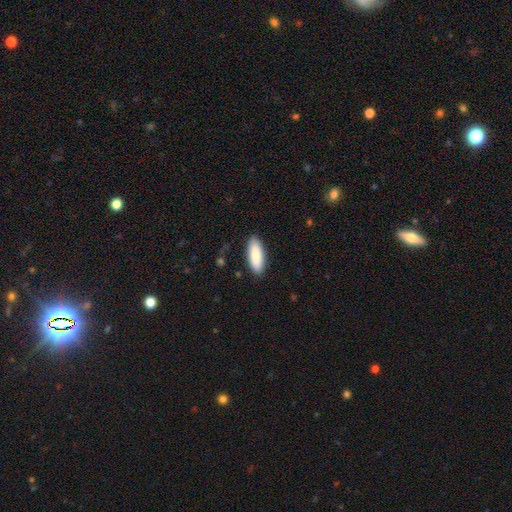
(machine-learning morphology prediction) Smooth or featured? Predicted: smooth (p=0.86). How rounded? Predicted: in between (p=0.69). Merging? Predicted: none (p=0.88).